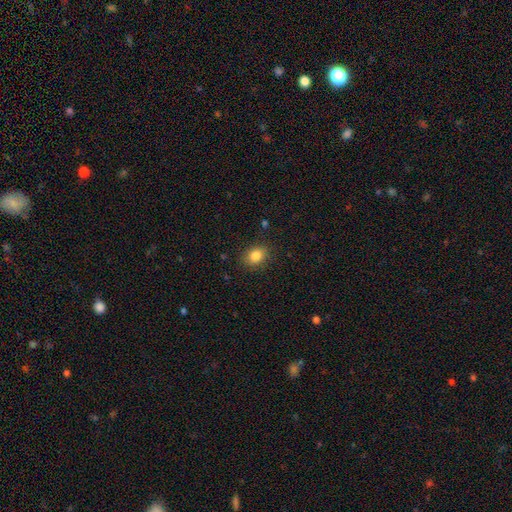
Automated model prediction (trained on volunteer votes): Q: Smooth or featured?
A: smooth (83%); runner-up: star or artifact (10%)
Q: How rounded?
A: in between (57%); runner-up: round (42%)
Q: Merging?
A: none (86%); runner-up: minor disturbance (10%)